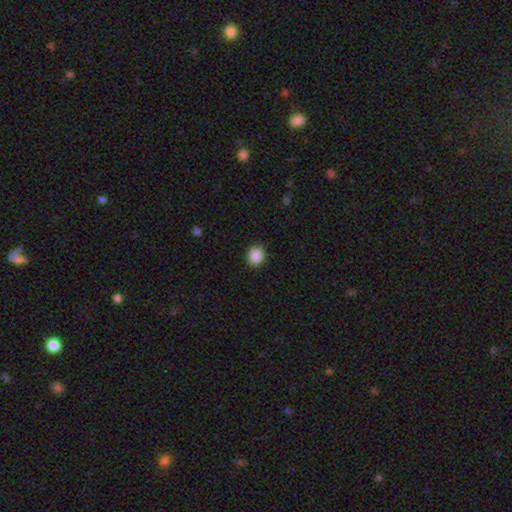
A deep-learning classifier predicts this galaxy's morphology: Smooth or featured? Predicted: smooth (p=0.89). How rounded? Predicted: round (p=0.82). Merging? Predicted: none (p=0.90).